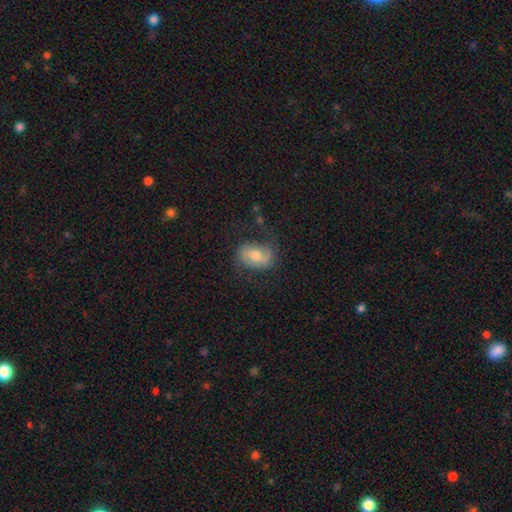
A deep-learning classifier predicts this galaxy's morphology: Q: Smooth or featured?
A: featured or disk (46%); runner-up: smooth (45%)
Q: Merging?
A: none (68%); runner-up: minor disturbance (21%)